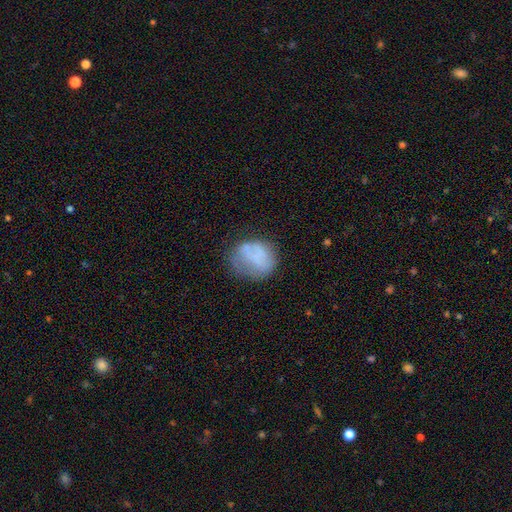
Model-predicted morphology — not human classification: Q: Smooth or featured?
A: smooth (62%); runner-up: featured or disk (27%)
Q: How rounded?
A: round (59%); runner-up: in between (39%)
Q: Merging?
A: none (47%); runner-up: minor disturbance (28%)